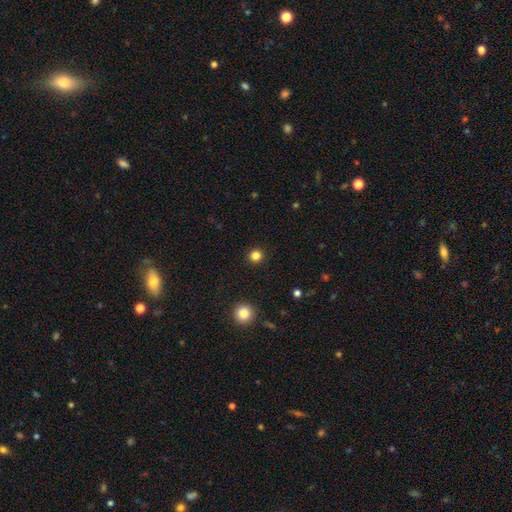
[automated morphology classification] Smooth or featured? smooth (82%)
How rounded? round (94%)
Merging? none (93%)